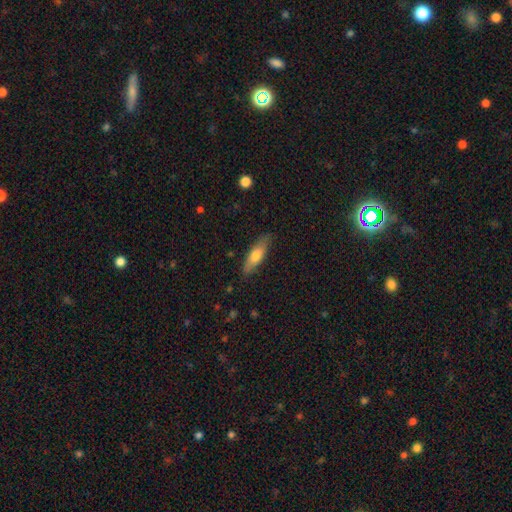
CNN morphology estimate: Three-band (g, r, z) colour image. It shows a smooth galaxy with no disk features (67%) that is cigar-shaped (49%, tied with in between). Merging: none (83%).